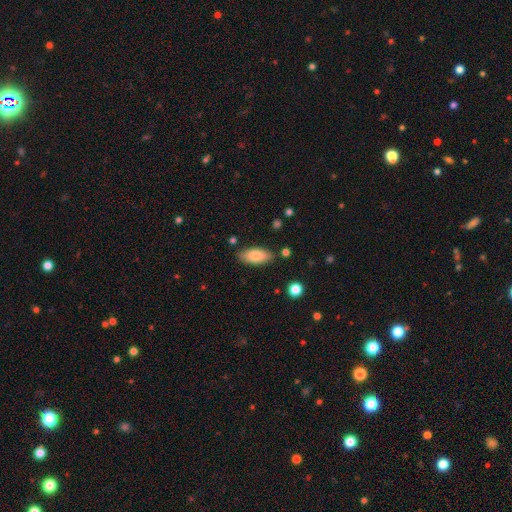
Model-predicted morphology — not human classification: smooth_or_featured: smooth (p=0.80) [alt: featured or disk p=0.14]
how_rounded: in between (p=0.87) [alt: cigar-shaped p=0.10]
merging: none (p=0.83) [alt: minor disturbance p=0.12]